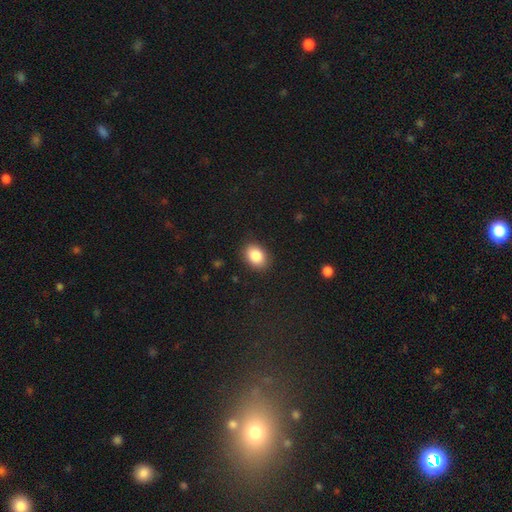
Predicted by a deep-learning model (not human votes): A smooth galaxy with no disk features (86%) that is in between round and cigar-shaped (73%). Merging: none (87%).